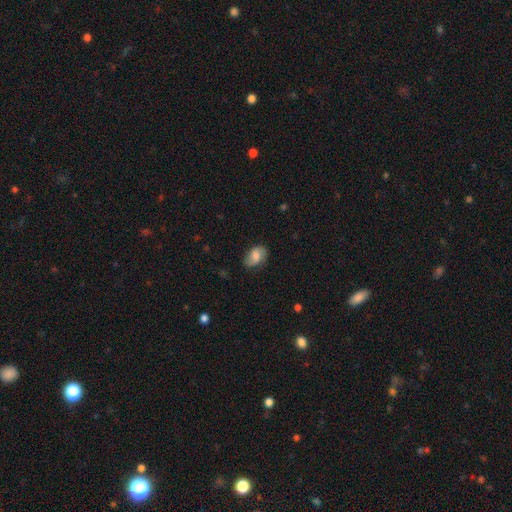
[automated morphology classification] Smooth or featured?
  - smooth: 59% *
  - featured or disk: 33%
  - star or artifact: 8%
How rounded?
  - in between: 83% *
  - round: 15%
  - cigar-shaped: 2%
Merging?
  - none: 70% *
  - minor disturbance: 22%
  - major disturbance: 6%
  - merger: 1%